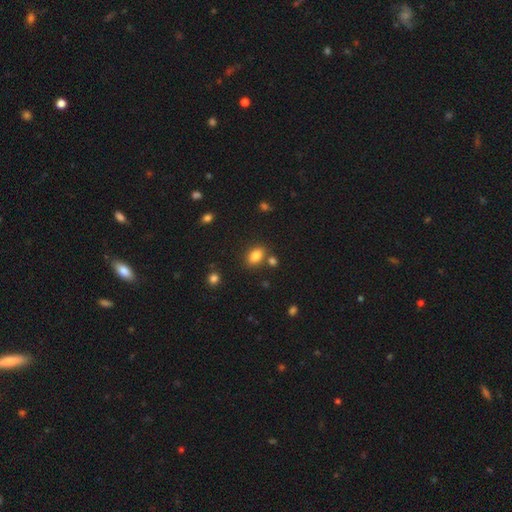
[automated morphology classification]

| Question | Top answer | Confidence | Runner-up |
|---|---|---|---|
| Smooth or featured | smooth | 85% | star or artifact (10%) |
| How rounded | in between | 83% | round (15%) |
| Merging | none | 76% | minor disturbance (11%) |